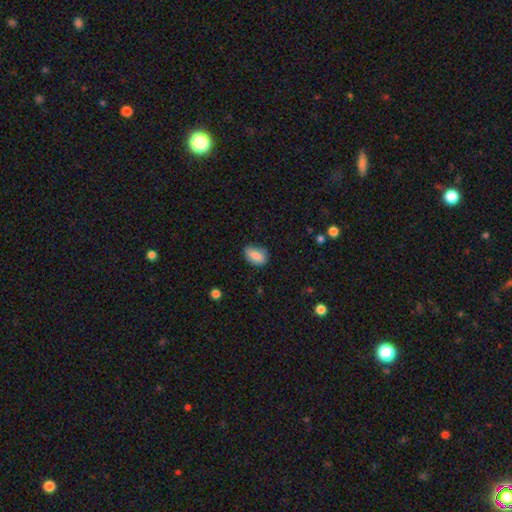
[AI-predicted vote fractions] This is likely a smooth galaxy (78%). How rounded: clearly in between (85%). Merging: likely none (69%).